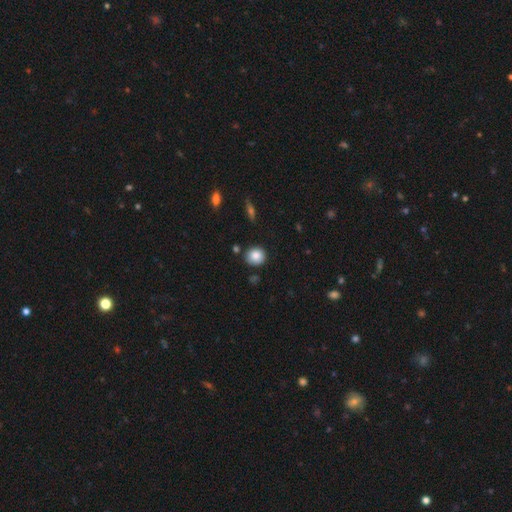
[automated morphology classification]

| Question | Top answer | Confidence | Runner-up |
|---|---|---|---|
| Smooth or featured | smooth | 85% | star or artifact (9%) |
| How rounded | round | 84% | in between (15%) |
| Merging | none | 85% | minor disturbance (10%) |